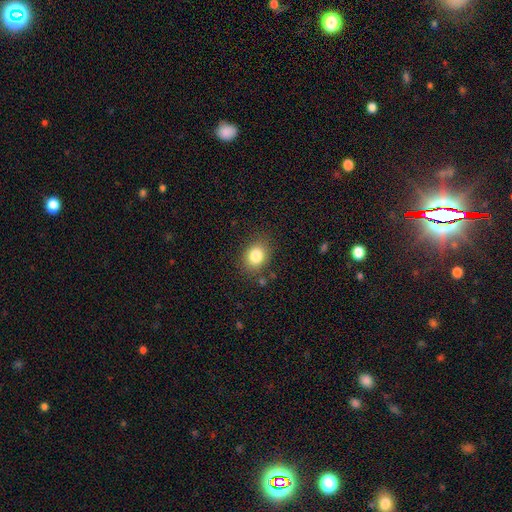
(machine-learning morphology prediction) Smooth or featured: smooth — 83% (star or artifact — 10%)
How rounded: round — 50% (in between — 49%)
Merging: none — 82% (minor disturbance — 12%)